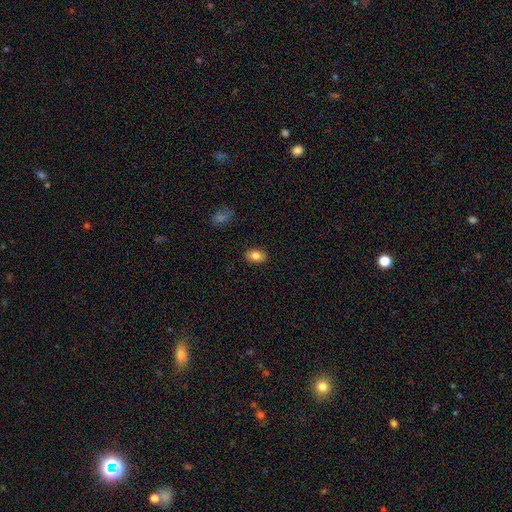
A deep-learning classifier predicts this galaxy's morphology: The model was most divided on "smooth or featured": smooth: 83%, featured or disk: 9%, star or artifact: 8%. More confident: merging — none (89%); how rounded — in between (87%).